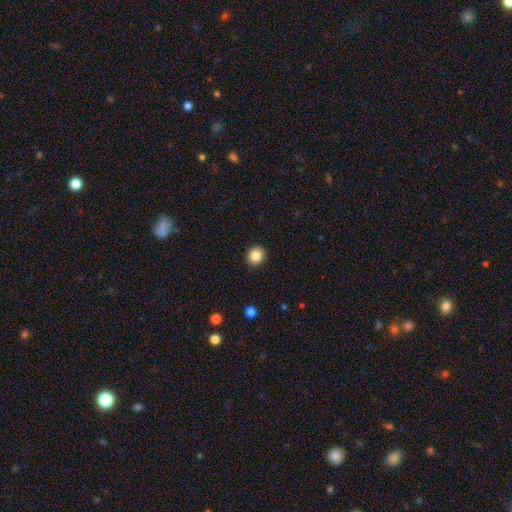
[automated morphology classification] type=smooth (85%); roundness=round (87%); merging=none (92%).